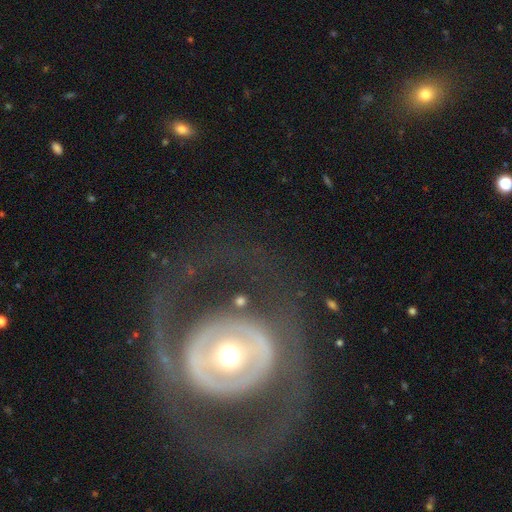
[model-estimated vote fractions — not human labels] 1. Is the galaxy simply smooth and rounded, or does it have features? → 74% featured or disk, 19% smooth, 7% star or artifact.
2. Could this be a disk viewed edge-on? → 95% no, 5% yes.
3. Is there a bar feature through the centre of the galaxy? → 64% no, 20% weak, 16% strong.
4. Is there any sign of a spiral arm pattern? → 62% no, 38% yes.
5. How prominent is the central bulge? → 65% moderate, 17% large, 14% small, 3% dominant, 1% none.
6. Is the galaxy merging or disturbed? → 73% none, 15% major disturbance, 10% minor disturbance, 2% merger.